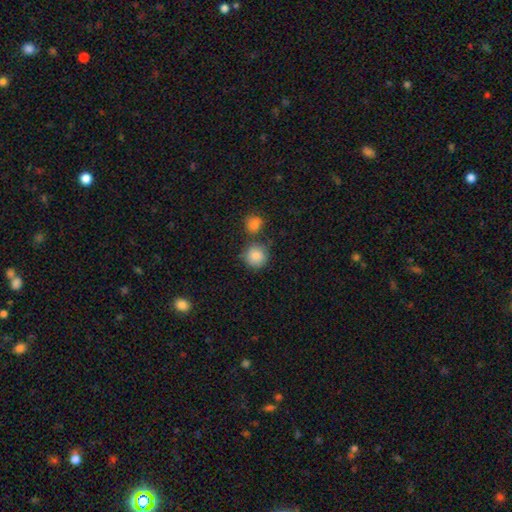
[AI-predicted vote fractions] This appears to be a smooth galaxy with no disk features (86%) that is round (90%). Merging: none (66%).